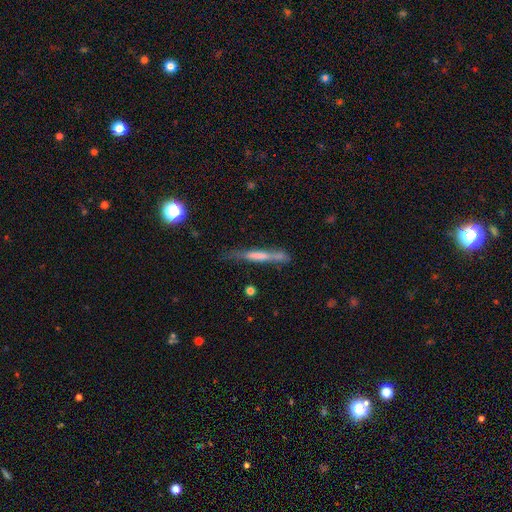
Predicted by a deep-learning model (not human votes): Smooth or featured? featured or disk (56%)
Edge-on disk? yes (92%)
Edge-on bulge? rounded (46%)
Merging? none (70%)